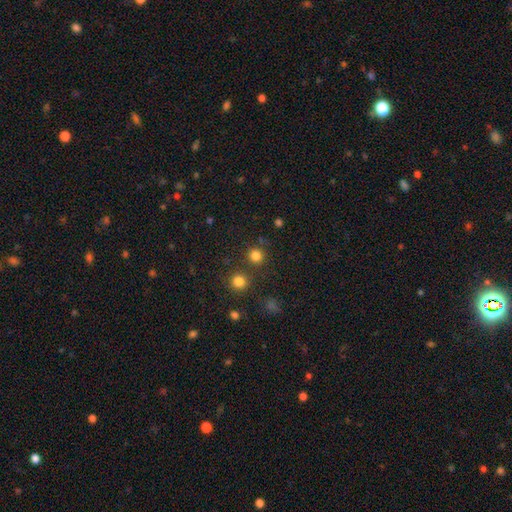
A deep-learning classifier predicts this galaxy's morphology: Smooth or featured: smooth — 80% (star or artifact — 16%)
How rounded: round — 93% (in between — 6%)
Merging: none — 84% (merger — 7%)